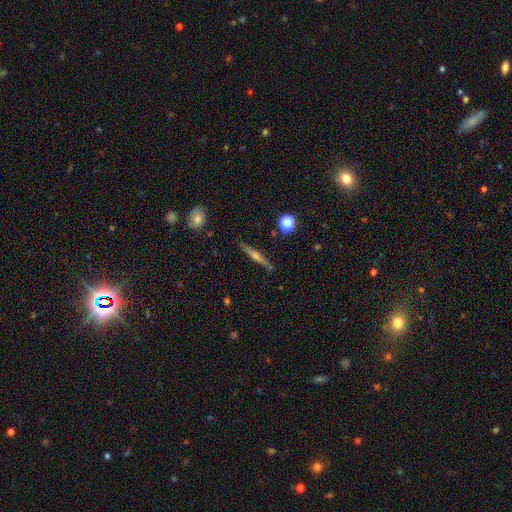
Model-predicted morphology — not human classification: Smooth or featured?
  - featured or disk: 68% *
  - smooth: 24%
  - star or artifact: 8%
Edge-on disk?
  - yes: 98% *
  - no: 2%
Edge-on bulge?
  - rounded: 79% *
  - none: 14%
  - boxy: 6%
Merging?
  - none: 89% *
  - minor disturbance: 7%
  - merger: 2%
  - major disturbance: 2%